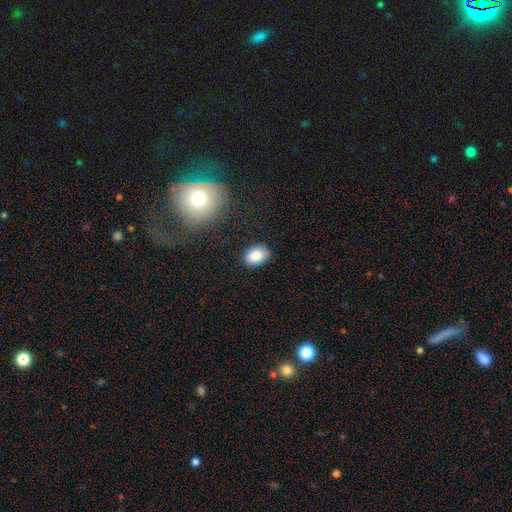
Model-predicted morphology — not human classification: A smooth galaxy with no disk features (87%) that is in between round and cigar-shaped (79%). Merging: none (84%).